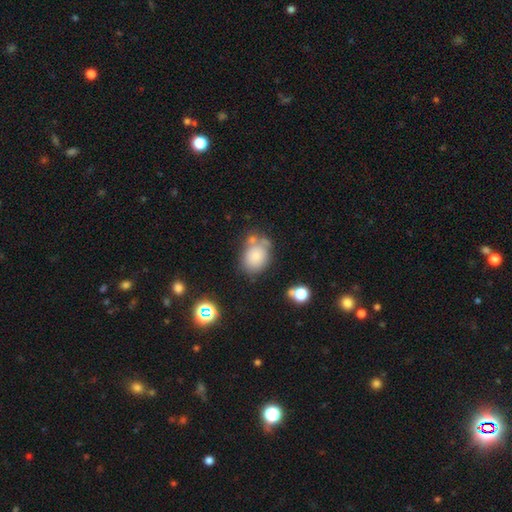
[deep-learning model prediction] This appears to be a smooth galaxy with no disk features (76%) that is in between round and cigar-shaped (57%). Merging: none (54%).